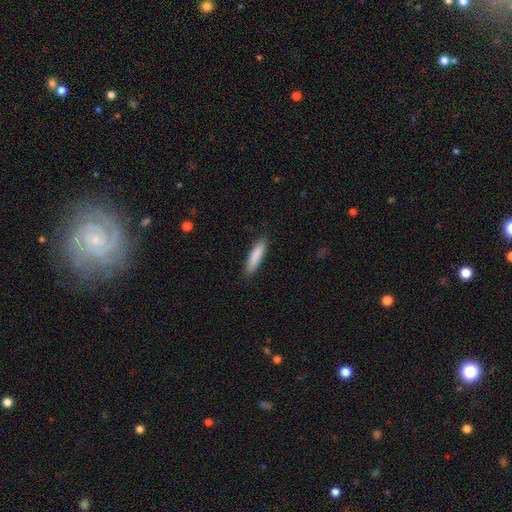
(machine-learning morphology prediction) A smooth galaxy with no disk features (86%) that is cigar-shaped (80%). Merging: none (88%).